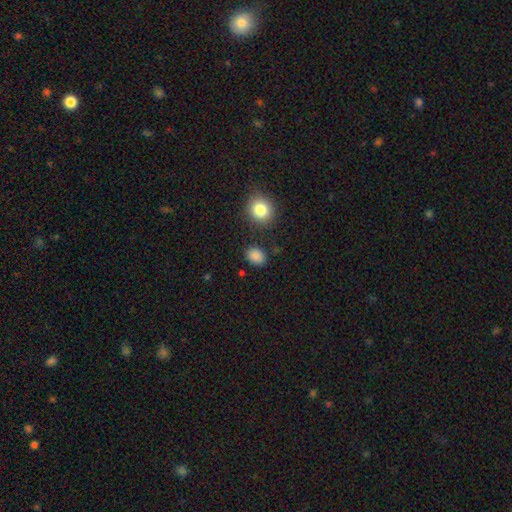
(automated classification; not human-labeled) This is clearly a smooth galaxy (87%). How rounded: possibly in between (60%). Merging: clearly none (82%).